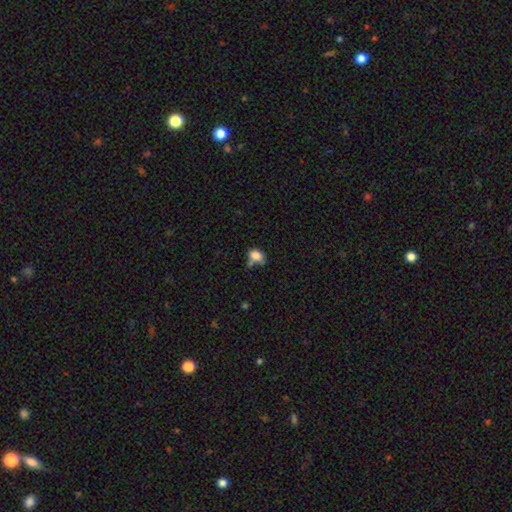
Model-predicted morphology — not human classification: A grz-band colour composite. It shows a smooth galaxy with no disk features (82%) that is in between round and cigar-shaped (70%). Merging: none (43%).